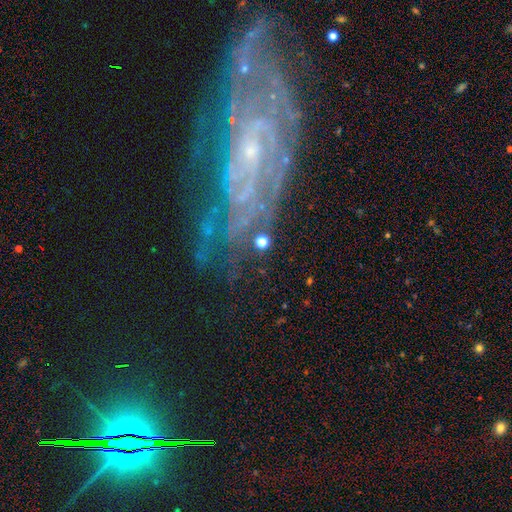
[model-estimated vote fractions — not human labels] Overall: featured or disk (80%). Edge-on disk: no (92%). Bar: no (61%; weak 28%). Spiral arms: yes (93%). Spiral arm count: can't tell (38%; 2 21%). Spiral winding: tight (67%). Bulge size: small (80%). Merging: none (64%).